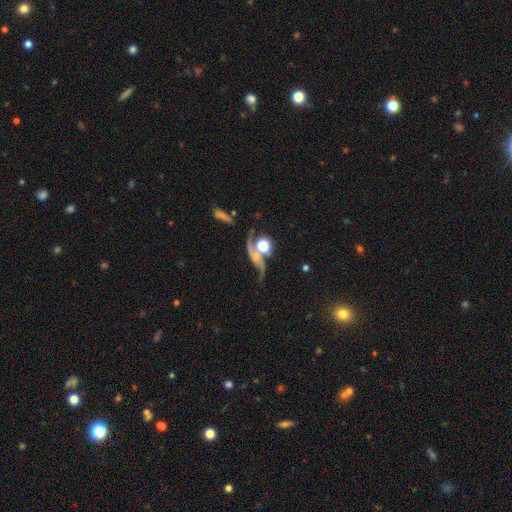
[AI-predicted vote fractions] smooth-or-featured: featured or disk: 62% | smooth: 24% | star or artifact: 14%
  disk-edge-on: no: 89% | yes: 11%
    bar: no: 71% | weak: 20% | strong: 10%
    has-spiral-arms: yes: 82% | no: 18%
    bulge-size: moderate: 32% | none: 23% | small: 22% | large: 15% | dominant: 8%
  merging: none: 36% | major disturbance: 24% | merger: 24% | minor disturbance: 16%